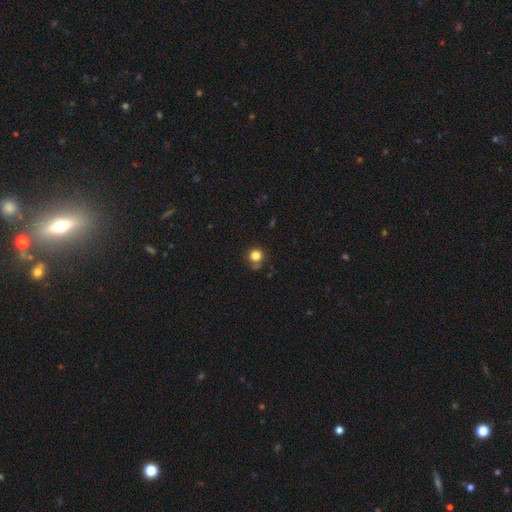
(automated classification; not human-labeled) Smooth or featured? smooth (83%)
How rounded? round (90%)
Merging? none (74%)